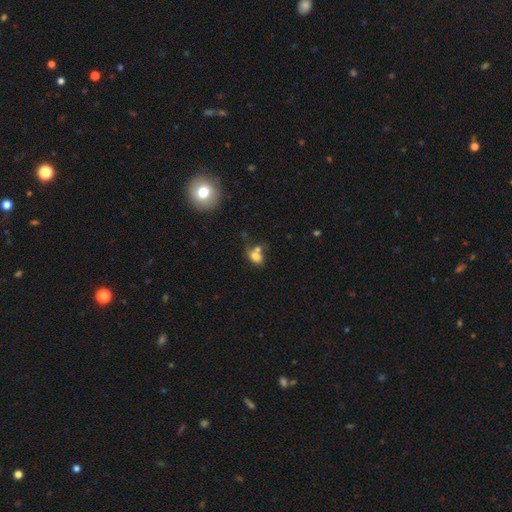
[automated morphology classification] This appears to be a smooth galaxy with no disk features (73%) that is in between round and cigar-shaped (76%). Merging: merger (45%).